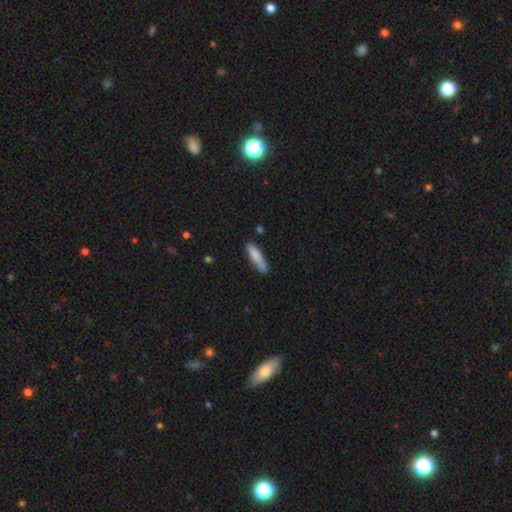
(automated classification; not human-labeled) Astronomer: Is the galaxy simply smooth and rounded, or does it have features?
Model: smooth — 81%.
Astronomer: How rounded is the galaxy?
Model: cigar-shaped — 71%.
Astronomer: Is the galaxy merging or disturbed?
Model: none — 69%.